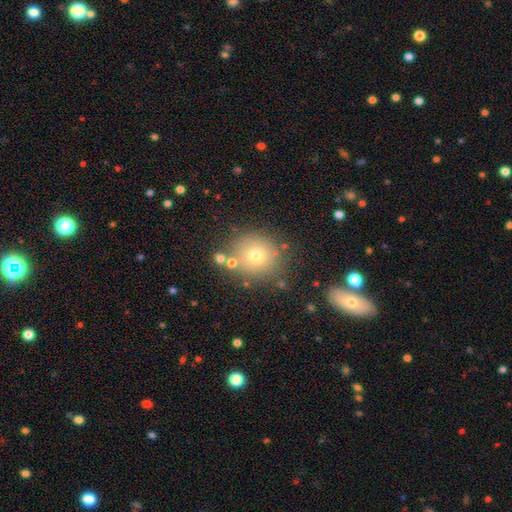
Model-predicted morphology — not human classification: Smooth or featured? smooth (70%)
How rounded? round (89%)
Merging? none (79%)